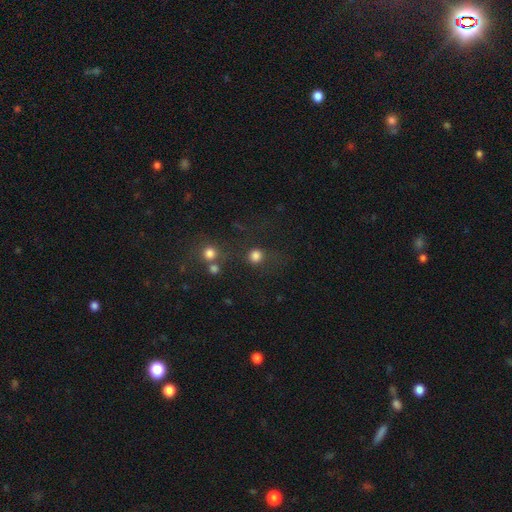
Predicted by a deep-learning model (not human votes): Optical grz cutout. It shows a smooth galaxy with no disk features (79%) that is round (89%). Merging: none (69%).